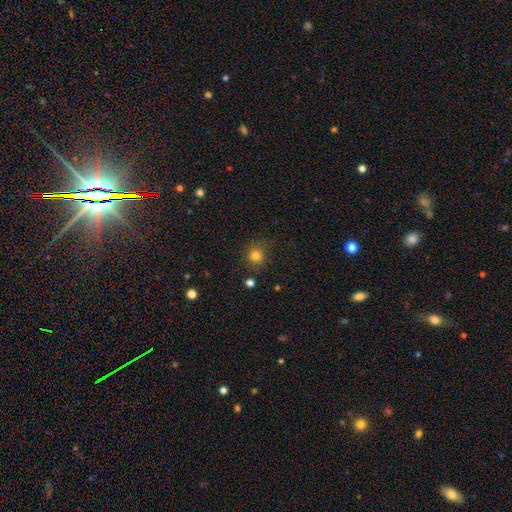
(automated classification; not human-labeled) Overall: smooth (79%). How rounded: round (85%). Merging: none (76%).